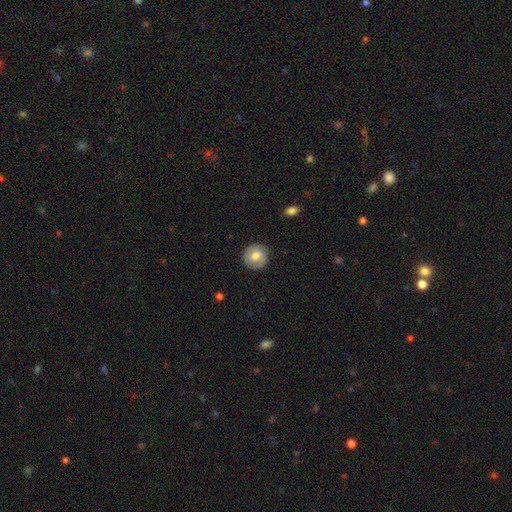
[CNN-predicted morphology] The model was most divided on "smooth or featured": smooth: 63%, featured or disk: 30%, star or artifact: 7%. More confident: how rounded — round (90%); merging — none (85%).